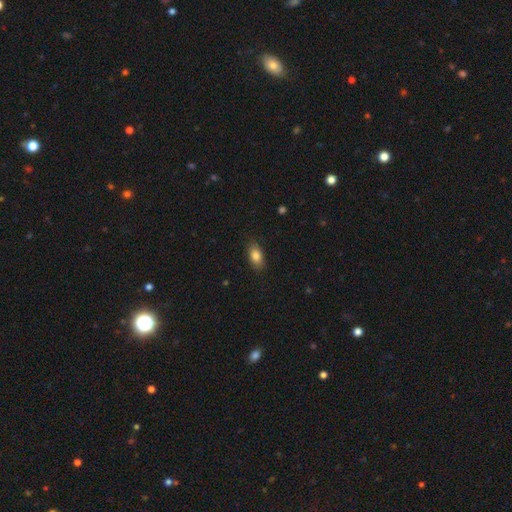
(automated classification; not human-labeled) This is clearly a smooth galaxy (84%). How rounded: clearly in between (88%). Merging: clearly none (86%).